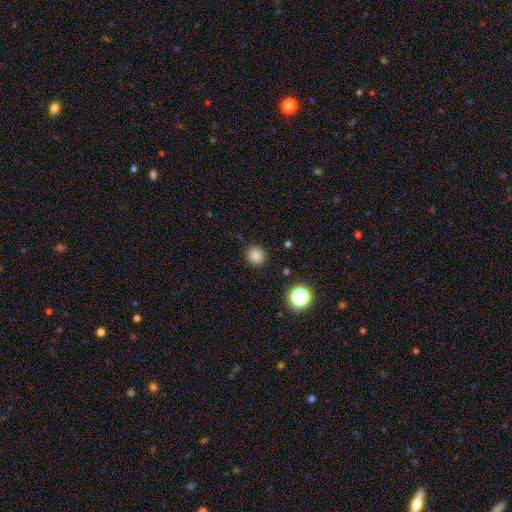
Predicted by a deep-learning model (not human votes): Q: Smooth or featured?
A: smooth (83%); runner-up: star or artifact (13%)
Q: How rounded?
A: round (87%); runner-up: in between (12%)
Q: Merging?
A: none (88%); runner-up: minor disturbance (8%)